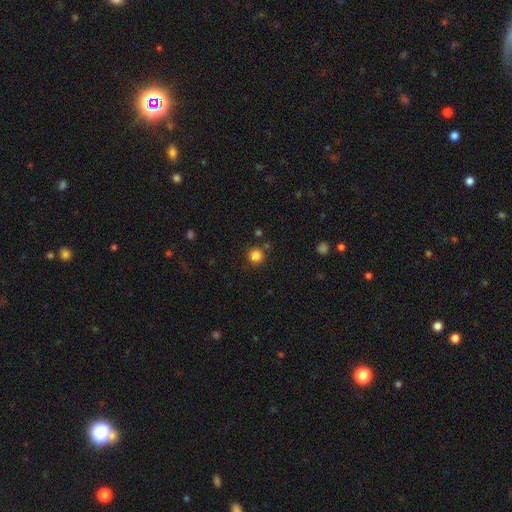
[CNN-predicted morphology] smooth 84%, star or artifact 13%, featured or disk 4%. Down the decision tree: how rounded — round (94%); merging — none (83%).